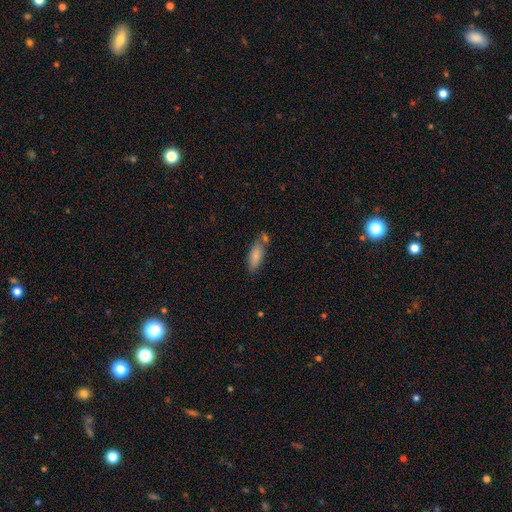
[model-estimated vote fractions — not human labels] Q: Smooth or featured?
A: smooth (83%); runner-up: featured or disk (10%)
Q: How rounded?
A: in between (67%); runner-up: cigar-shaped (31%)
Q: Merging?
A: none (58%); runner-up: minor disturbance (19%)